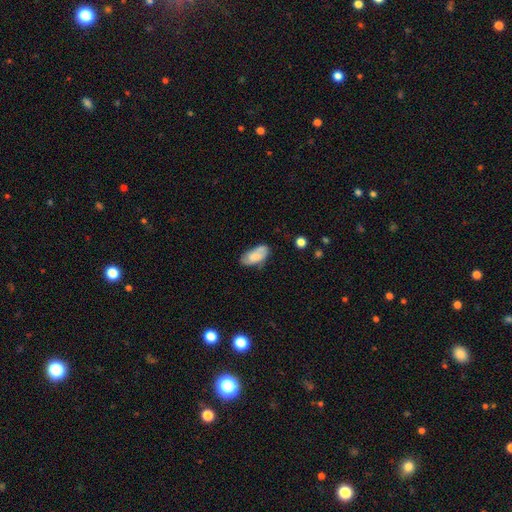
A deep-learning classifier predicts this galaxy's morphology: A smooth galaxy with no disk features (73%) that is in between round and cigar-shaped (91%).

Vote fractions:
- Smooth or featured? smooth: 73% / featured or disk: 20% / star or artifact: 7%
- How rounded? in between: 91% / cigar-shaped: 6% / round: 3%
- Merging? none: 57% / minor disturbance: 29% / major disturbance: 9% / merger: 5%